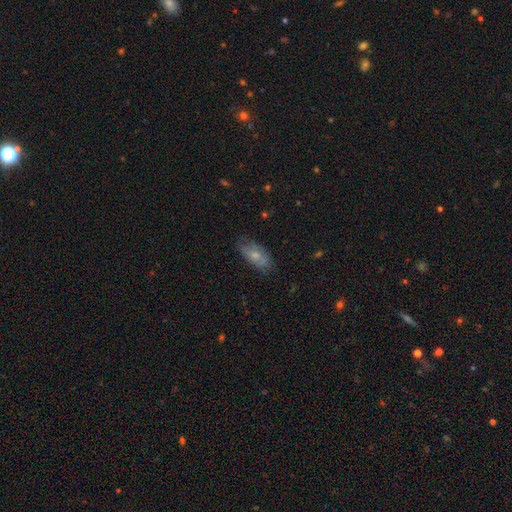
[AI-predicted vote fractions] Smooth or featured: smooth — 64% (featured or disk — 29%)
How rounded: in between — 86% (cigar-shaped — 11%)
Merging: none — 71% (minor disturbance — 23%)